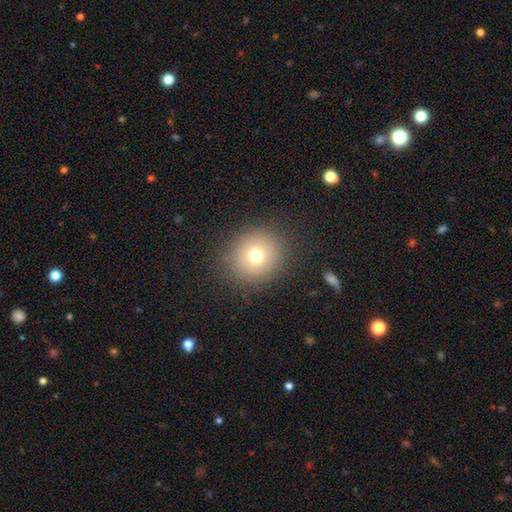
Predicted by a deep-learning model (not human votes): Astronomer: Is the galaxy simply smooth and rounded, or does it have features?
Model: smooth — 72%.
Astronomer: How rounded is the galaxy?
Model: round — 90%.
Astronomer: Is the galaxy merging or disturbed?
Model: none — 88%.